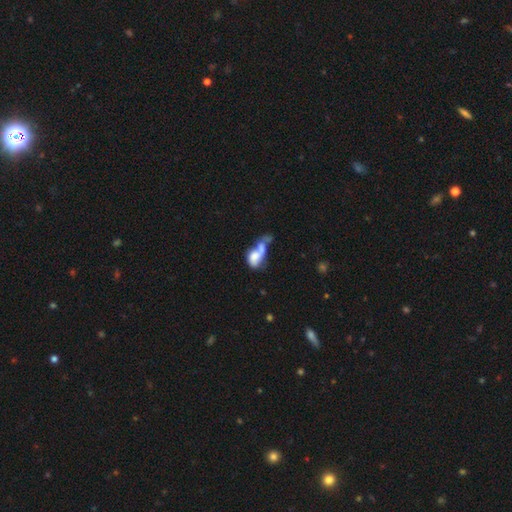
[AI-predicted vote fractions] Morphology: type=smooth (58%); roundness=in between (81%); merging=merger (55%).